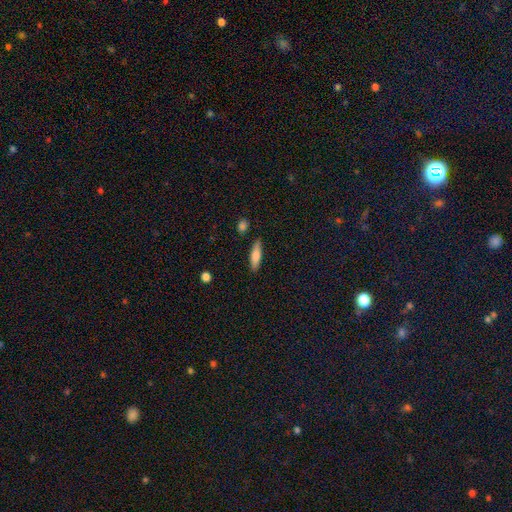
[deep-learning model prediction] Morphology: type=smooth (73%); roundness=cigar-shaped (67%); merging=none (85%).